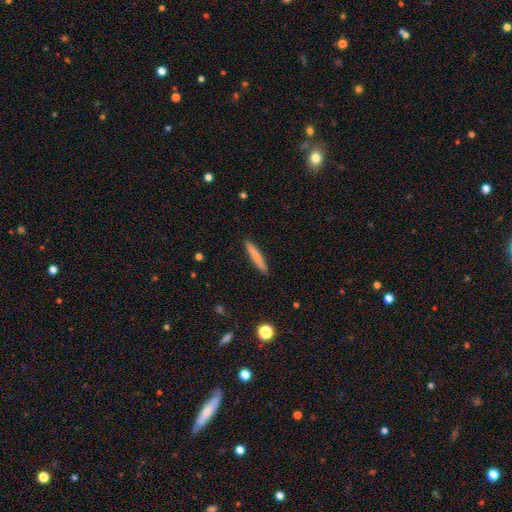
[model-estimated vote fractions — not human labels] This appears to be a smooth galaxy with no disk features (78%) that is cigar-shaped (95%). Merging: none (90%).